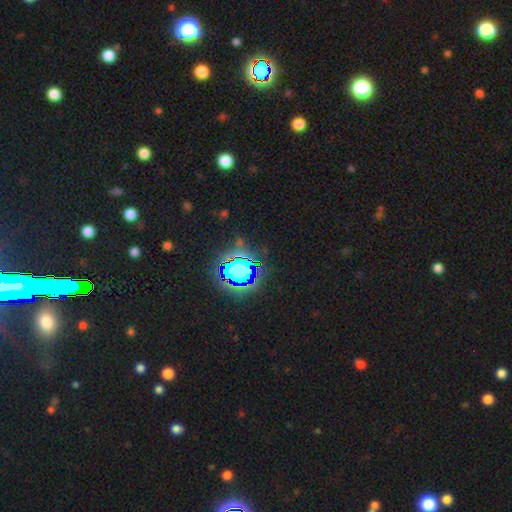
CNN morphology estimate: The model was most divided on "smooth or featured": star or artifact: 84%, smooth: 10%, featured or disk: 6%.